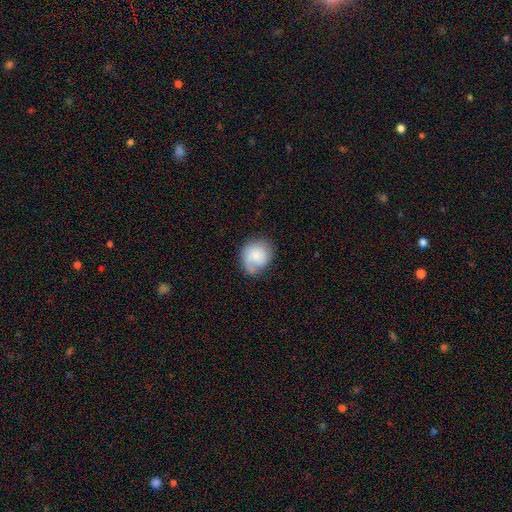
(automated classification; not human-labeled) Smooth or featured? smooth (63%)
How rounded? round (73%)
Merging? none (62%)